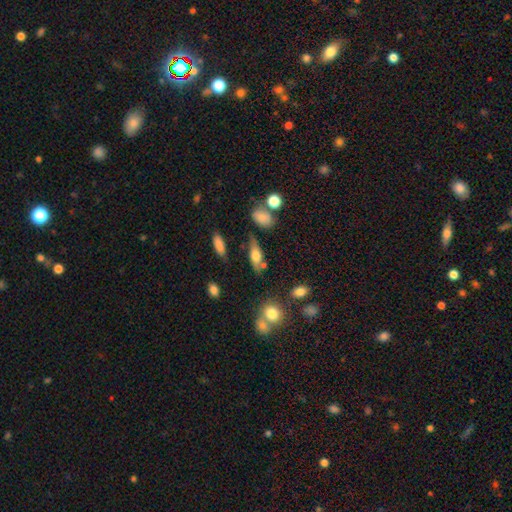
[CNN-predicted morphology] smooth_or_featured: smooth (p=0.59) [alt: featured or disk p=0.32]
how_rounded: in between (p=0.68) [alt: cigar-shaped p=0.25]
merging: none (p=0.64) [alt: minor disturbance p=0.20]